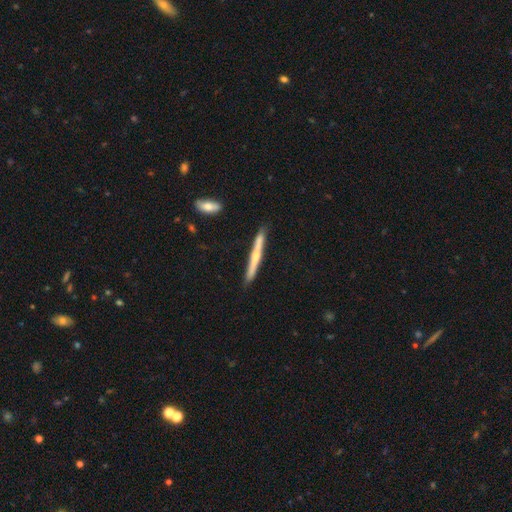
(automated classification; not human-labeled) This appears to be a featured or disk galaxy (58%) viewed edge-on (97%) with a rounded central bulge (65%). Merging: none (87%).